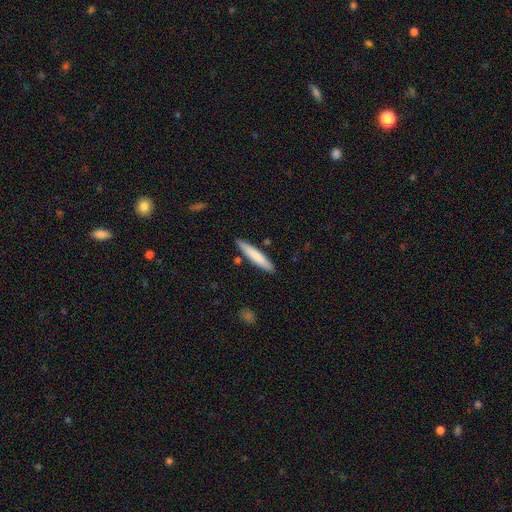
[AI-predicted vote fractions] Overall: smooth (76%). How rounded: cigar-shaped (91%). Merging: none (86%).